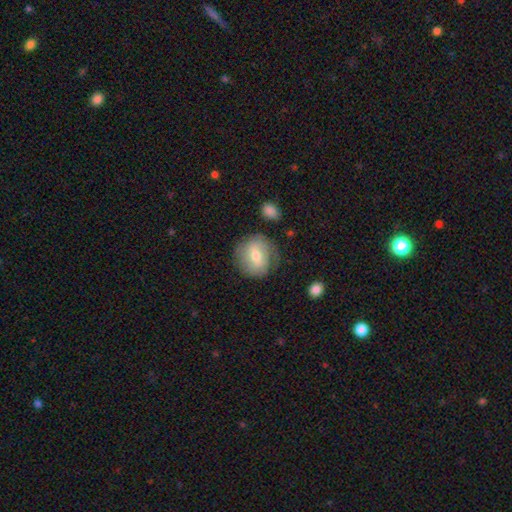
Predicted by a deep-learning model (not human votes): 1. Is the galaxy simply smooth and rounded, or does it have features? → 58% smooth, 35% featured or disk, 7% star or artifact.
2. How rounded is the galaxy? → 78% round, 21% in between, 1% cigar-shaped.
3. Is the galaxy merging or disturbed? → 71% none, 19% minor disturbance, 7% major disturbance, 3% merger.